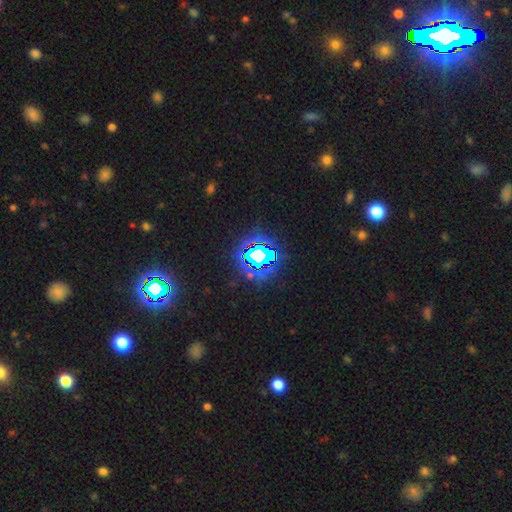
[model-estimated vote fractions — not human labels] Morphology: type=star or artifact (80%).